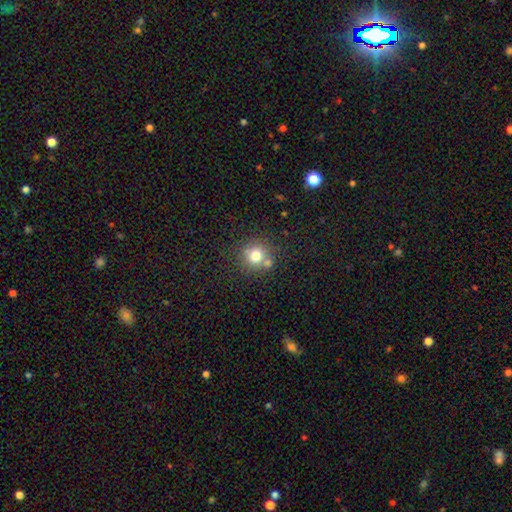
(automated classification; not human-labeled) Smooth or featured?
  - smooth: 75% *
  - star or artifact: 14%
  - featured or disk: 11%
How rounded?
  - round: 91% *
  - in between: 8%
  - cigar-shaped: 1%
Merging?
  - none: 68% *
  - merger: 19%
  - minor disturbance: 10%
  - major disturbance: 3%